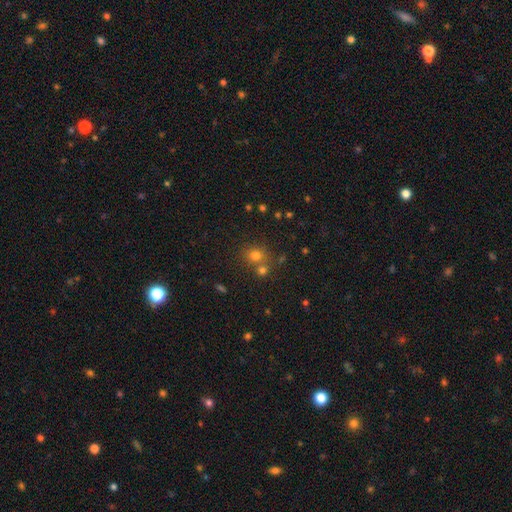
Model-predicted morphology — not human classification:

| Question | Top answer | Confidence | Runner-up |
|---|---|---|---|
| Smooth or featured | smooth | 71% | star or artifact (20%) |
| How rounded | round | 80% | in between (19%) |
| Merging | none | 62% | merger (26%) |